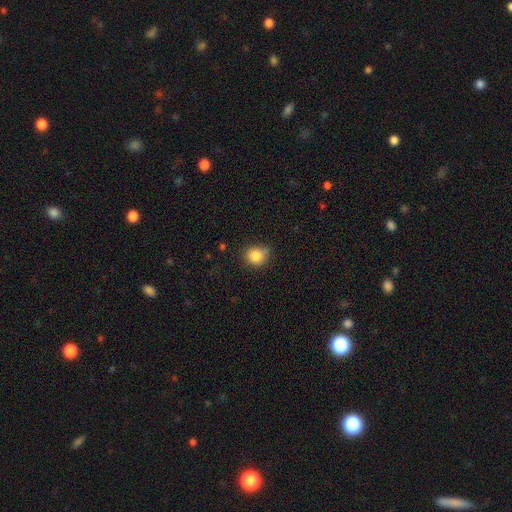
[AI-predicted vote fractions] The model was most divided on "merging": none: 66%, minor disturbance: 27%, major disturbance: 5%, merger: 2%. More confident: smooth or featured — smooth (85%); how rounded — round (75%).